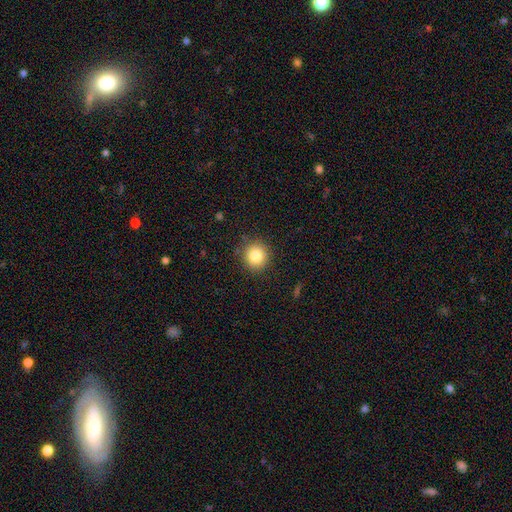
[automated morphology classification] type=smooth (82%); roundness=round (91%); merging=none (88%).